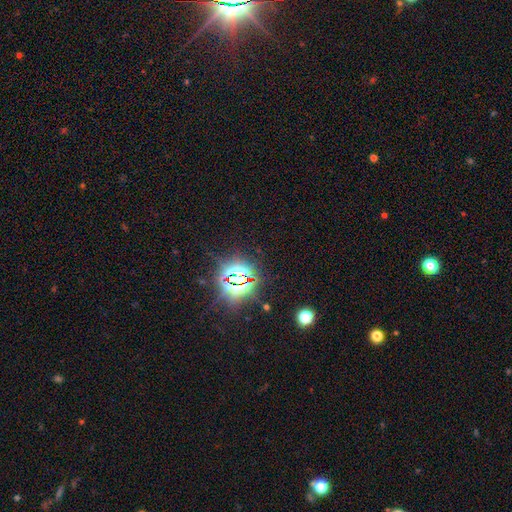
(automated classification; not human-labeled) This appears to be a star or artifact, not a galaxy (83%).